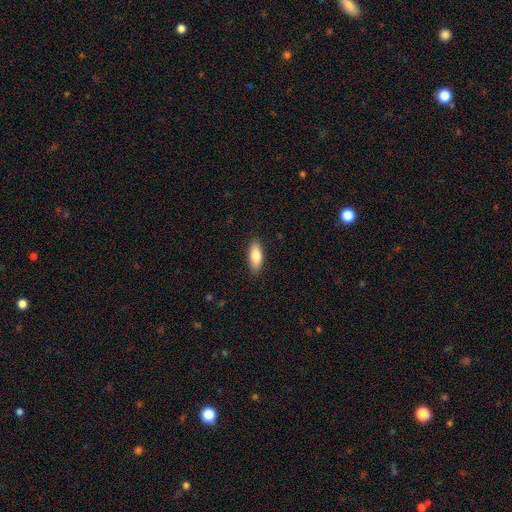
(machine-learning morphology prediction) Q: Smooth or featured?
A: smooth (82%); runner-up: featured or disk (12%)
Q: How rounded?
A: in between (78%); runner-up: cigar-shaped (20%)
Q: Merging?
A: none (89%); runner-up: minor disturbance (9%)